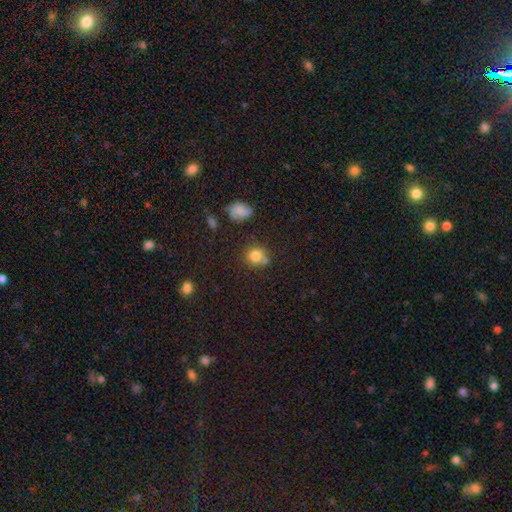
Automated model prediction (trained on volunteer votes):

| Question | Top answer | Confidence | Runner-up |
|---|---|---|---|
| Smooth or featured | smooth | 79% | star or artifact (12%) |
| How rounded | round | 86% | in between (13%) |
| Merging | none | 63% | merger (19%) |